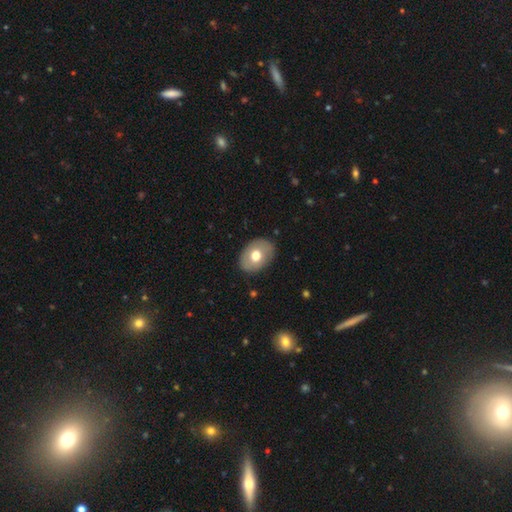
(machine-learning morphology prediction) A smooth galaxy with no disk features (67%) that is in between round and cigar-shaped (75%).

Vote fractions:
- Smooth or featured? smooth: 67% / featured or disk: 27% / star or artifact: 6%
- How rounded? in between: 75% / round: 24% / cigar-shaped: 1%
- Merging? none: 86% / minor disturbance: 10% / major disturbance: 3% / merger: 1%